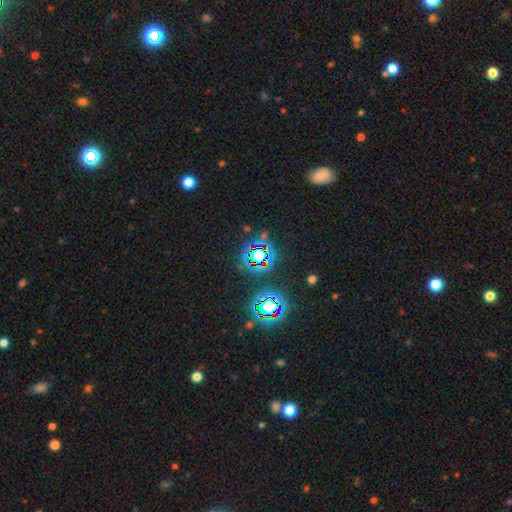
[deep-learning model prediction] smooth-or-featured: star or artifact: 72% | smooth: 17% | featured or disk: 11%